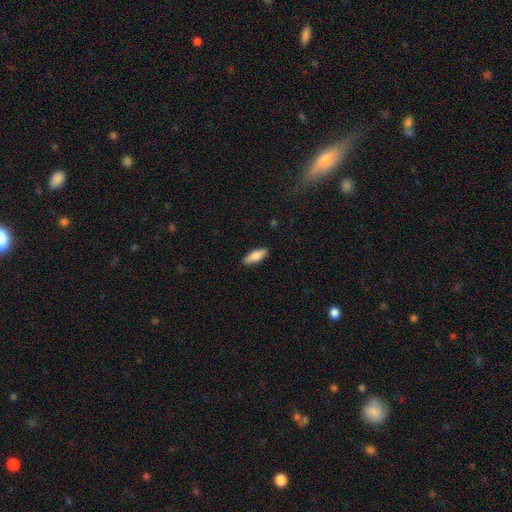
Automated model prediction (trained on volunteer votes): smooth 79%, featured or disk 15%, star or artifact 6%. Down the decision tree: how rounded — in between (60%); merging — none (89%).